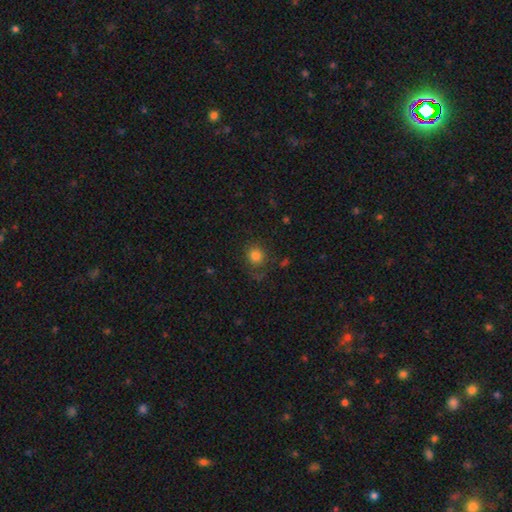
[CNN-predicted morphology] Overall: smooth (81%). How rounded: round (80%). Merging: none (72%).